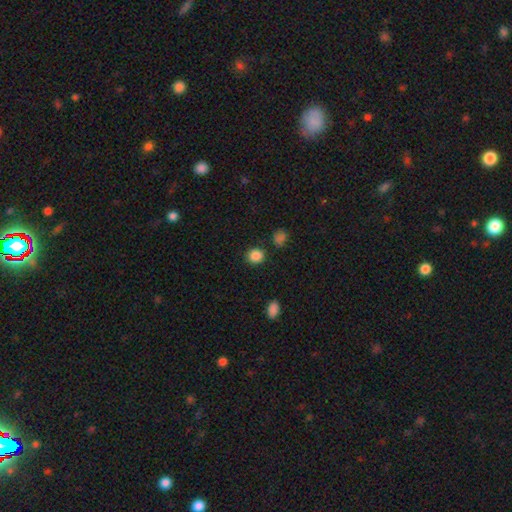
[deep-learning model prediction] Smooth or featured: smooth — 87% (star or artifact — 10%)
How rounded: round — 83% (in between — 16%)
Merging: none — 87% (minor disturbance — 7%)